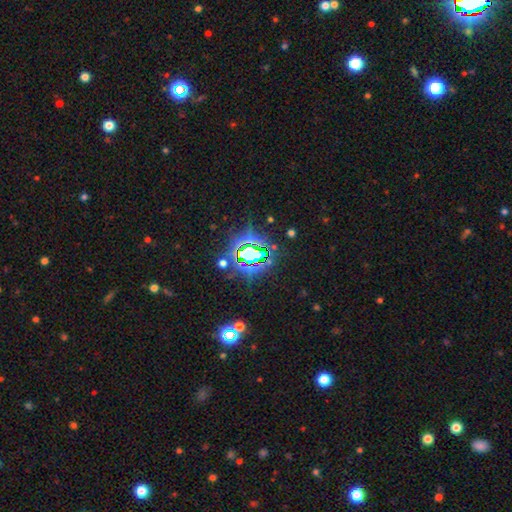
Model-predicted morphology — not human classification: type=star or artifact (76%).